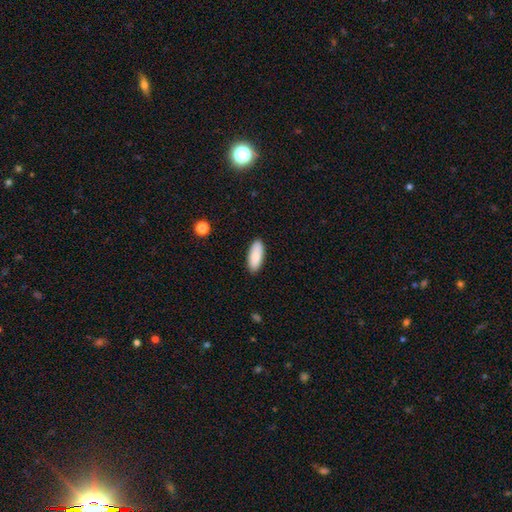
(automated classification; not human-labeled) Smooth or featured: smooth — 87% (featured or disk — 7%)
How rounded: in between — 82% (cigar-shaped — 16%)
Merging: none — 89% (minor disturbance — 9%)